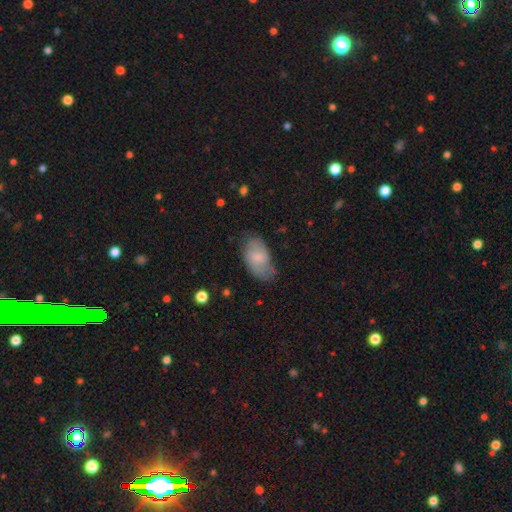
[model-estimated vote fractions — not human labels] The model was most divided on "merging": none: 63%, minor disturbance: 28%, major disturbance: 7%, merger: 2%. More confident: how rounded — in between (93%); smooth or featured — smooth (68%).